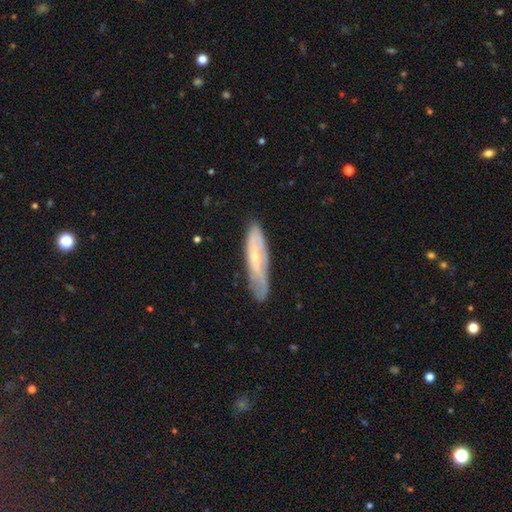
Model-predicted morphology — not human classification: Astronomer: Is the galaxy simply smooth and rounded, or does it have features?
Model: featured or disk — 57% (runner-up: smooth, 36%).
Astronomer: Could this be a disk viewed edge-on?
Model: no — 58% (runner-up: yes, 42%).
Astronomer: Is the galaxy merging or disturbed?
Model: none — 72%.